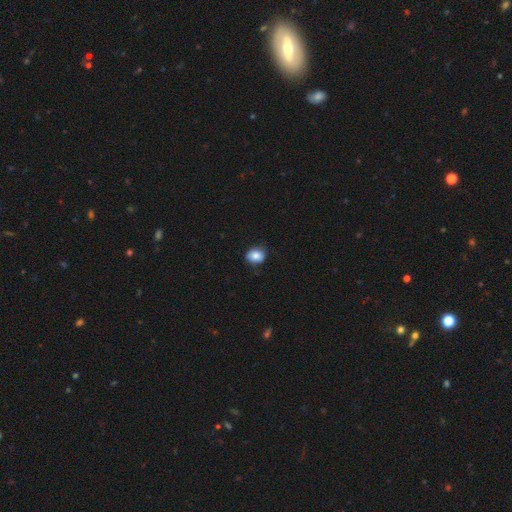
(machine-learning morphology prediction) Smooth or featured: smooth — 83% (star or artifact — 9%)
How rounded: round — 59% (in between — 40%)
Merging: none — 76% (minor disturbance — 19%)